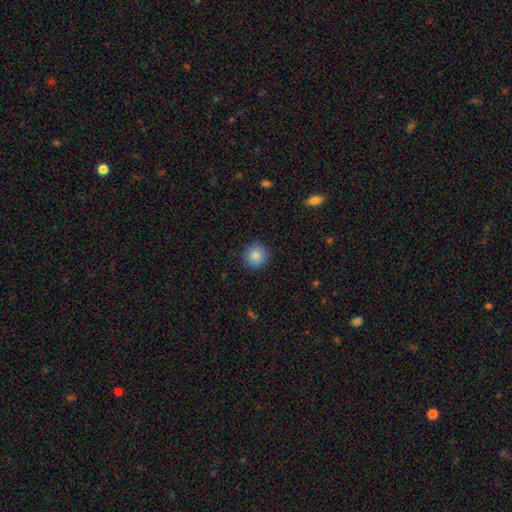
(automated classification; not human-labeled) This is clearly a smooth galaxy (86%). How rounded: clearly round (93%). Merging: clearly none (90%).